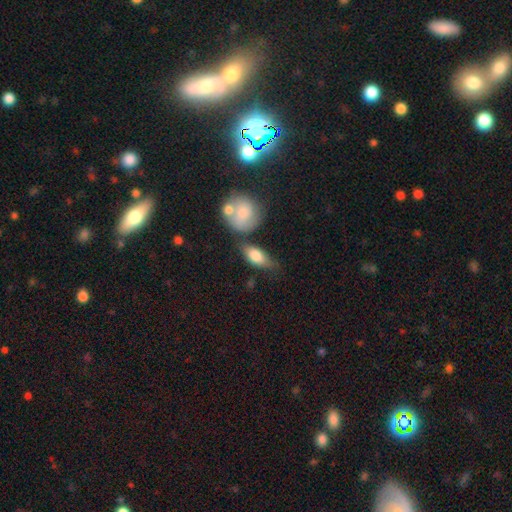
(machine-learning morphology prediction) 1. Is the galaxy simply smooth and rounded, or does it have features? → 77% smooth, 17% featured or disk, 6% star or artifact.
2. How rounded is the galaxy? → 82% in between, 11% cigar-shaped, 6% round.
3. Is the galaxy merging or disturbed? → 55% none, 24% minor disturbance, 13% merger, 8% major disturbance.